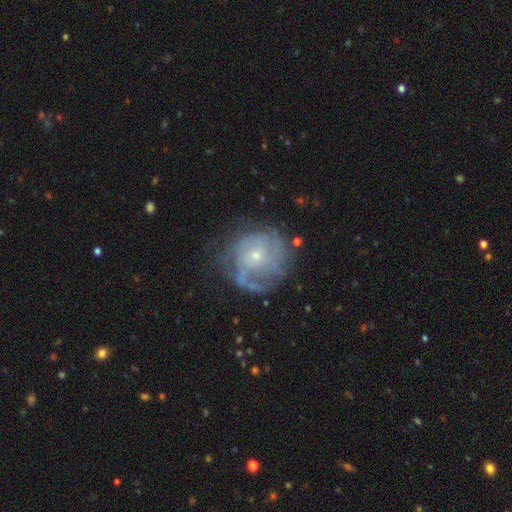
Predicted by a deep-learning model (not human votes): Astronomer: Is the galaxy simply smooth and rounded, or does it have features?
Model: featured or disk — 74%.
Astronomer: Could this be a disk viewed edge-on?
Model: no — 98%.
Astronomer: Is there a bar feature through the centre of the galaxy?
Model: no — 78%.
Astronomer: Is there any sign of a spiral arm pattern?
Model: yes — 85%.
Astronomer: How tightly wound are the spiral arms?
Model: tight — 52% (runner-up: medium, 33%).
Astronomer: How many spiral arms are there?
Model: can't tell — 42% (runner-up: 2, 20%).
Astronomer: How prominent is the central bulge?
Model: small — 73%.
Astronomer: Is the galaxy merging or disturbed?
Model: none — 60%.